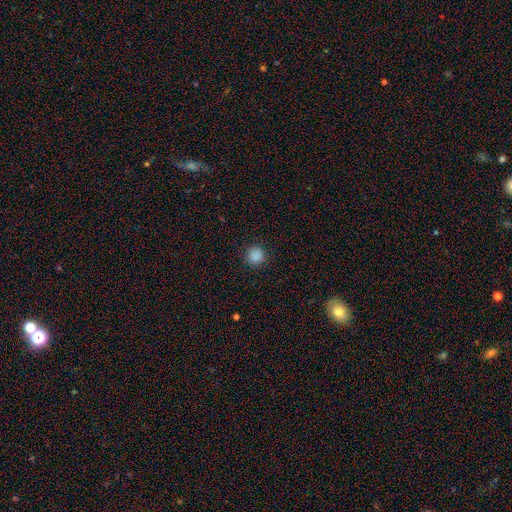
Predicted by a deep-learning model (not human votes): Q: Smooth or featured?
A: smooth (87%); runner-up: star or artifact (11%)
Q: How rounded?
A: round (92%); runner-up: in between (7%)
Q: Merging?
A: none (90%); runner-up: minor disturbance (6%)